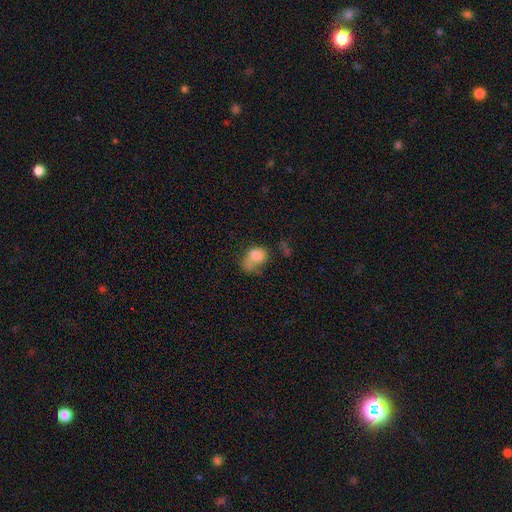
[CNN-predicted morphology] This appears to be a smooth galaxy with no disk features (72%) that is in between round and cigar-shaped (64%). Merging: major disturbance (35%).